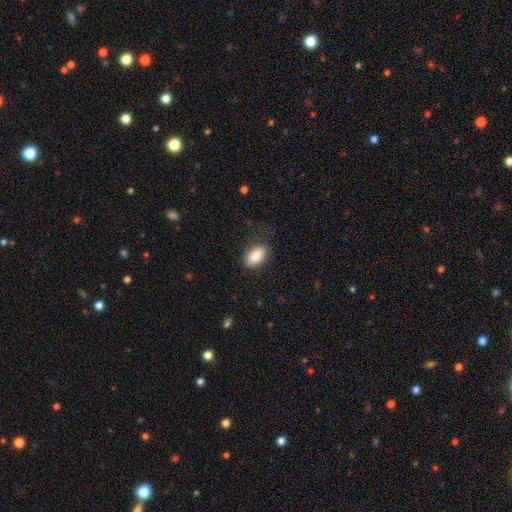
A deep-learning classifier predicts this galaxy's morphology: Smooth or featured: smooth — 85% (featured or disk — 8%)
How rounded: in between — 92% (round — 5%)
Merging: none — 77% (minor disturbance — 16%)